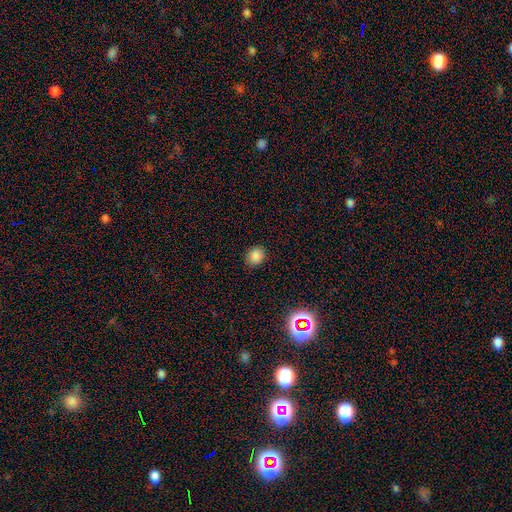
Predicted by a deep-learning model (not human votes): The model was most divided on "how rounded": round: 68%, in between: 31%, cigar-shaped: 1%. More confident: merging — none (88%); smooth or featured — smooth (84%).